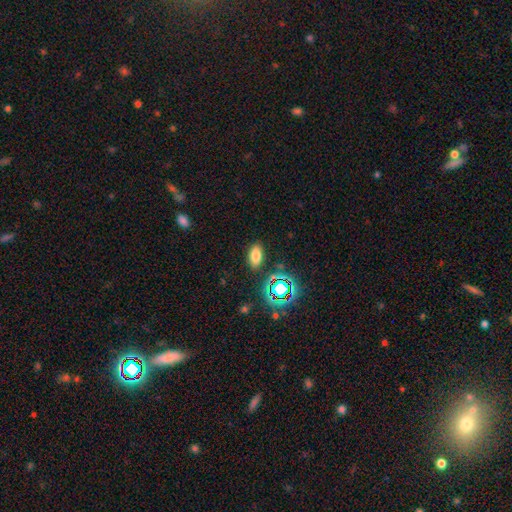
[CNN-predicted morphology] Smooth or featured: smooth — 74% (star or artifact — 18%)
How rounded: in between — 89% (round — 7%)
Merging: none — 86% (minor disturbance — 9%)